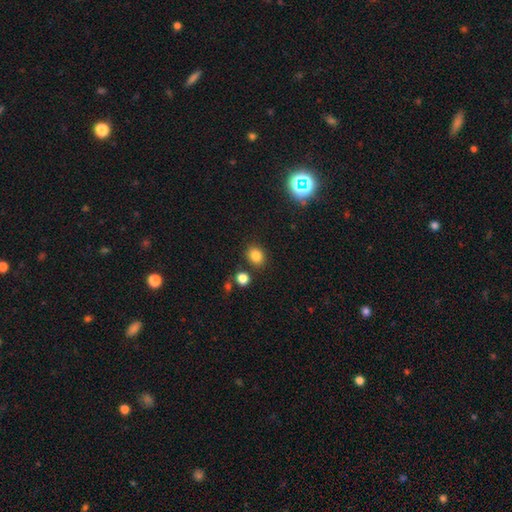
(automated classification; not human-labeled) A smooth galaxy with no disk features (82%) that is round (61%).

Vote fractions:
- Smooth or featured? smooth: 82% / star or artifact: 12% / featured or disk: 6%
- How rounded? round: 61% / in between: 38% / cigar-shaped: 1%
- Merging? none: 82% / minor disturbance: 9% / merger: 6% / major disturbance: 3%